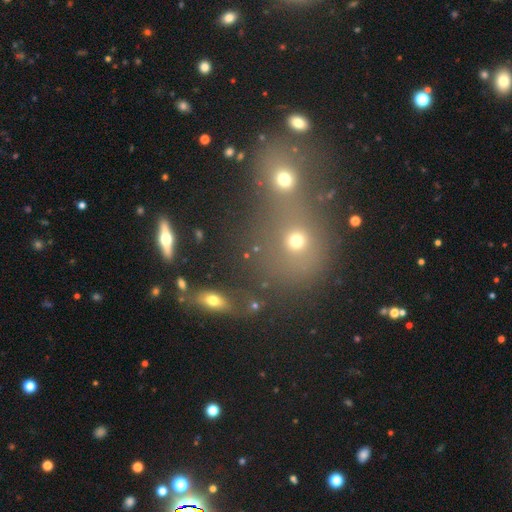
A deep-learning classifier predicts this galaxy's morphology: smooth_or_featured: smooth (p=0.46) [alt: star or artifact p=0.41]
merging: merger (p=0.45) [alt: none p=0.42]